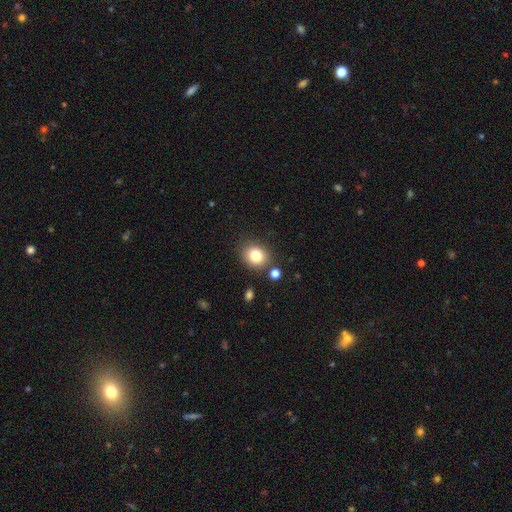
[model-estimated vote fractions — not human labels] This is clearly a smooth galaxy (81%). How rounded: likely round (67%). Merging: clearly none (82%).